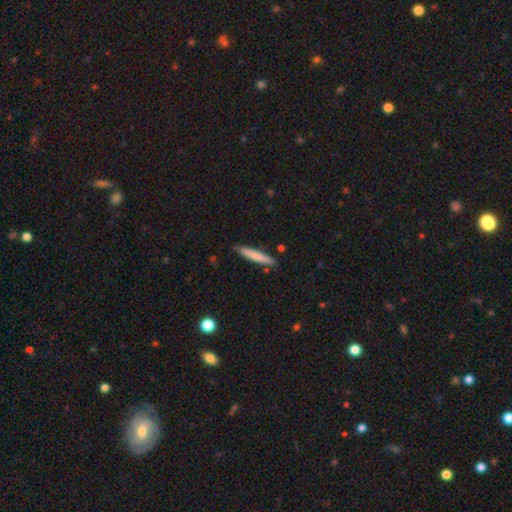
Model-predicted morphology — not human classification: type=smooth (76%); roundness=cigar-shaped (93%); merging=none (85%).